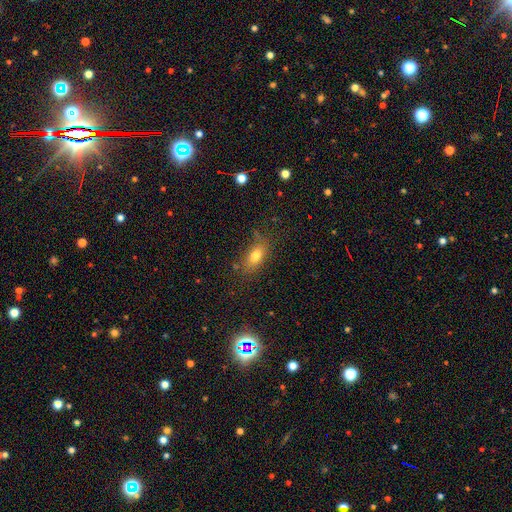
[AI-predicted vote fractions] The model was most divided on "merging": none: 75%, minor disturbance: 16%, major disturbance: 5%, merger: 3%. More confident: how rounded — in between (83%); smooth or featured — smooth (75%).